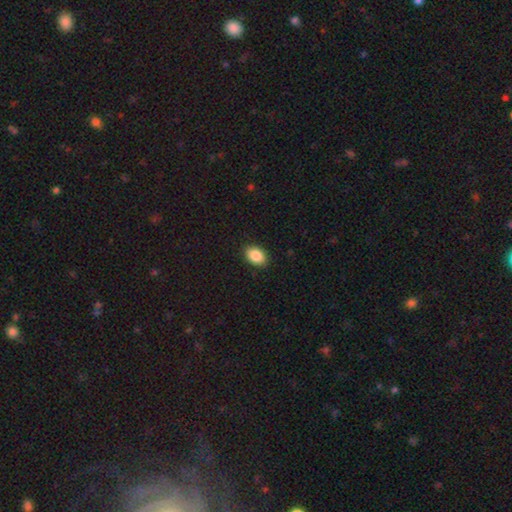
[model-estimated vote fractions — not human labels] The model was most divided on "how rounded": in between: 81%, round: 18%, cigar-shaped: 1%. More confident: merging — none (89%); smooth or featured — smooth (88%).